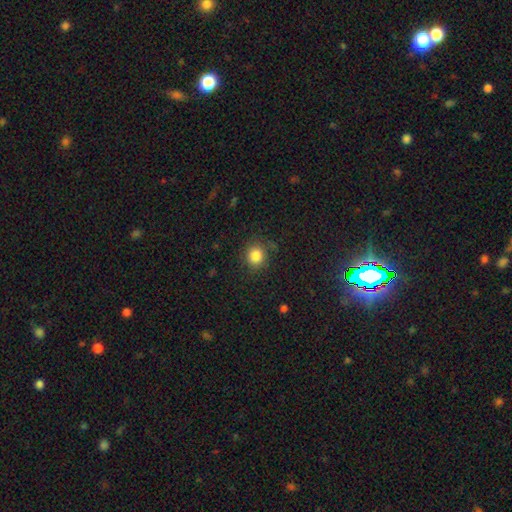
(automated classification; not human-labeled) This appears to be a smooth galaxy with no disk features (84%) that is round (86%). Merging: none (82%).